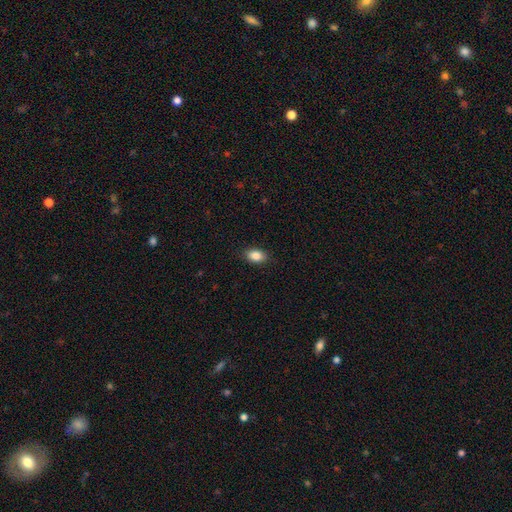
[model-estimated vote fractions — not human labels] smooth-or-featured: smooth: 87% | star or artifact: 8% | featured or disk: 5%
  how-rounded: in between: 87% | round: 11% | cigar-shaped: 2%
  merging: none: 88% | minor disturbance: 8% | major disturbance: 2% | merger: 1%